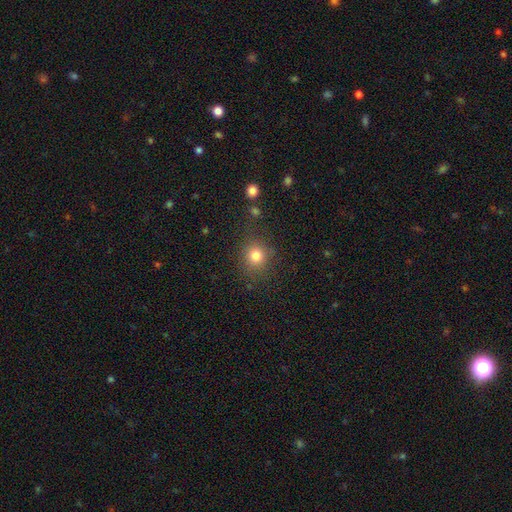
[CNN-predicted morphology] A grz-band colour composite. It shows a smooth galaxy with no disk features (80%) that is round (85%). Merging: none (82%).